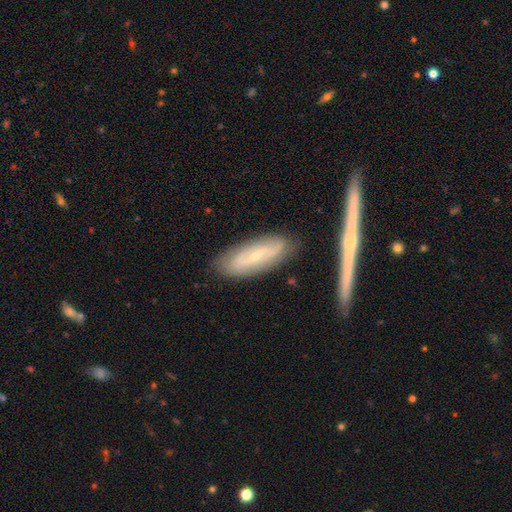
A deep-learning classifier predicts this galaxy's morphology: Smooth or featured? Predicted: featured or disk (p=0.61). Edge-on disk? Predicted: no (p=0.71). Merging? Predicted: none (p=0.80).